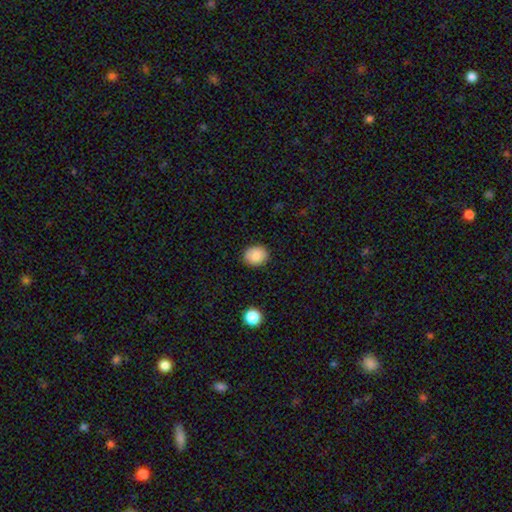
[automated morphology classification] smooth-or-featured: smooth: 86% | star or artifact: 8% | featured or disk: 5%
  how-rounded: round: 64% | in between: 35% | cigar-shaped: 1%
  merging: none: 88% | minor disturbance: 8% | major disturbance: 2% | merger: 1%